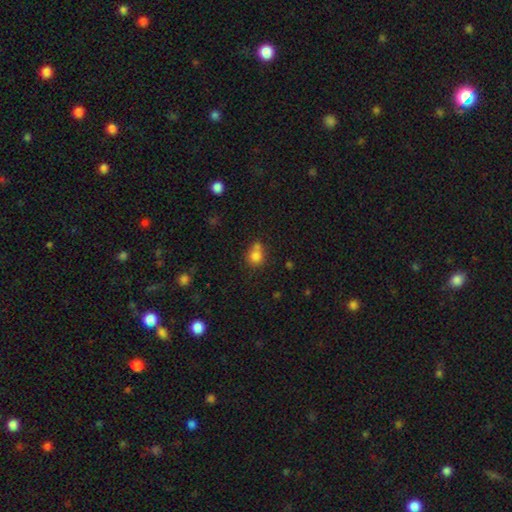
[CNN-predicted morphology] Overall: smooth (78%). How rounded: round (71%). Merging: none (46%; merger 32%).